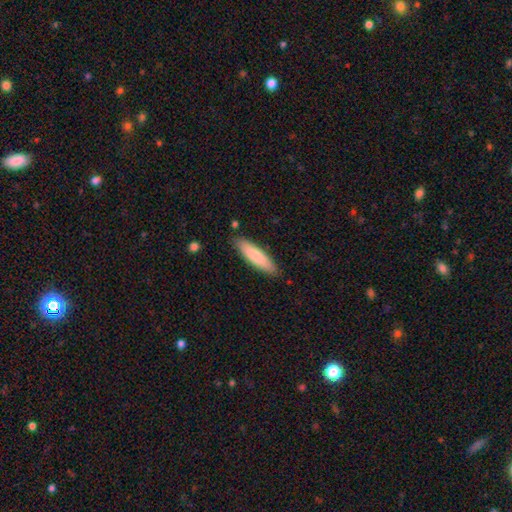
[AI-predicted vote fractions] A smooth galaxy with no disk features (81%) that is cigar-shaped (71%).

Vote fractions:
- Smooth or featured? smooth: 81% / featured or disk: 14% / star or artifact: 5%
- How rounded? cigar-shaped: 71% / in between: 28% / round: 1%
- Merging? none: 87% / minor disturbance: 10% / major disturbance: 2% / merger: 2%